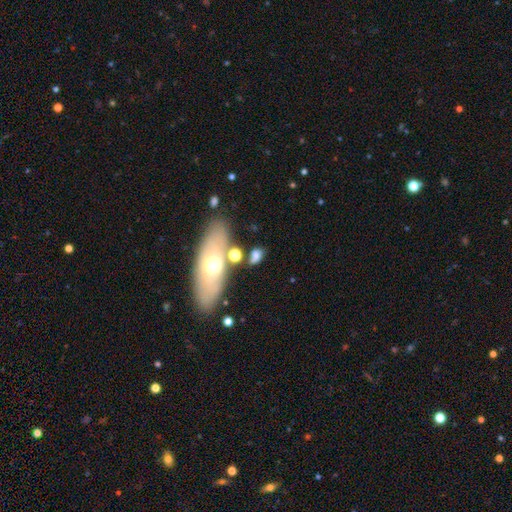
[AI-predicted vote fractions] smooth-or-featured: smooth: 65% | featured or disk: 23% | star or artifact: 12%
  how-rounded: in between: 56% | round: 28% | cigar-shaped: 15%
  merging: none: 64% | merger: 15% | minor disturbance: 14% | major disturbance: 7%